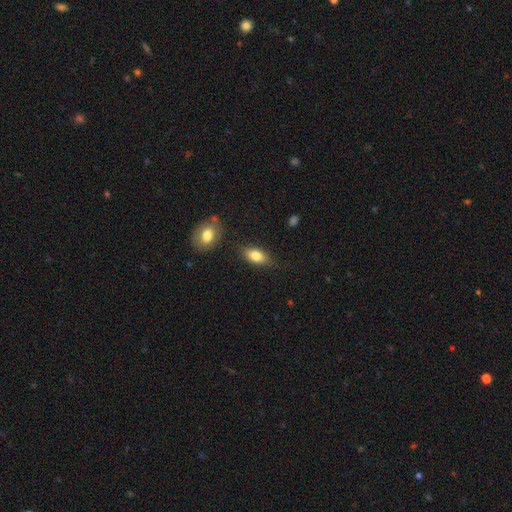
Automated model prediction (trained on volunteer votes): Morphology: type=smooth (80%); roundness=in between (87%); merging=none (80%).